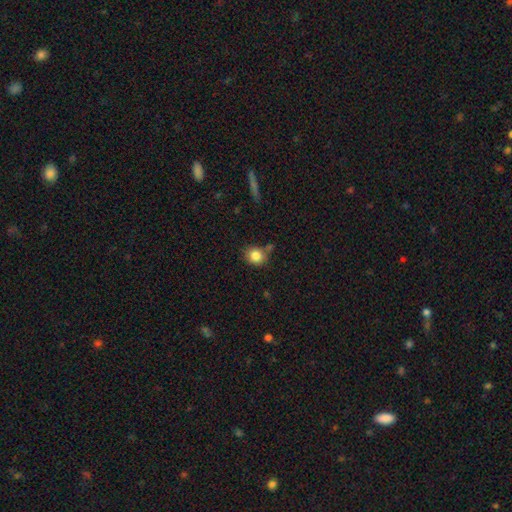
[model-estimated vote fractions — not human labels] smooth-or-featured: smooth: 84% | star or artifact: 10% | featured or disk: 6%
  how-rounded: round: 80% | in between: 19% | cigar-shaped: 1%
  merging: none: 69% | minor disturbance: 16% | merger: 11% | major disturbance: 4%